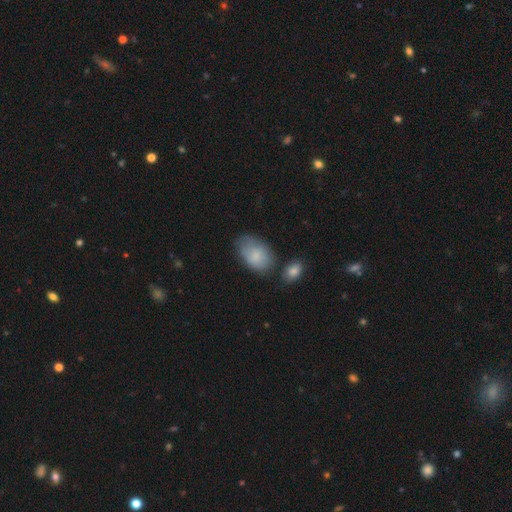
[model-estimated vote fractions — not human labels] A smooth galaxy with no disk features (82%) that is in between round and cigar-shaped (89%).

Vote fractions:
- Smooth or featured? smooth: 82% / featured or disk: 12% / star or artifact: 7%
- How rounded? in between: 89% / round: 10% / cigar-shaped: 1%
- Merging? none: 57% / minor disturbance: 27% / merger: 8% / major disturbance: 8%